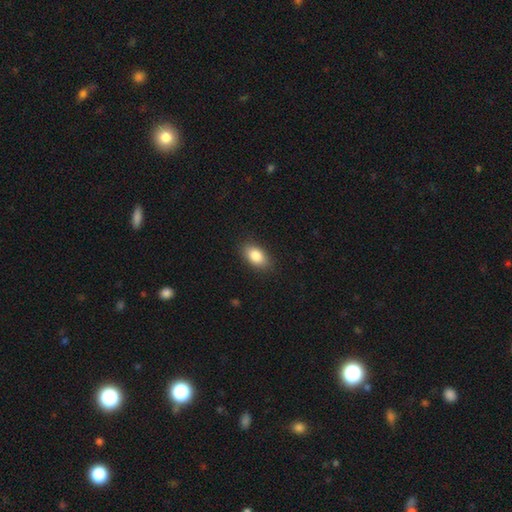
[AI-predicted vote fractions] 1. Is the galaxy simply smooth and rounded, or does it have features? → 85% smooth, 7% star or artifact, 7% featured or disk.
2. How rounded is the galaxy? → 90% in between, 7% round, 3% cigar-shaped.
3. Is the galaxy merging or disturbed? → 87% none, 9% minor disturbance, 2% major disturbance, 1% merger.